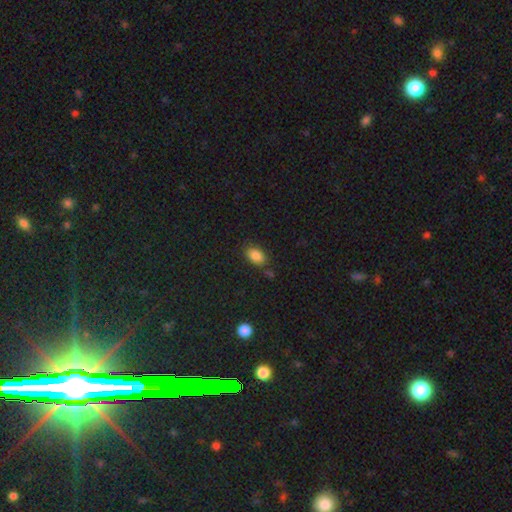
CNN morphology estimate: Smooth or featured? smooth (85%)
How rounded? in between (86%)
Merging? none (77%)